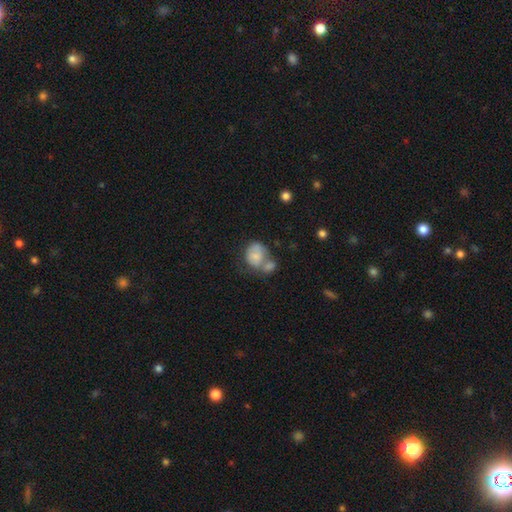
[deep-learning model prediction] smooth 71%, featured or disk 22%, star or artifact 8%. Down the decision tree: how rounded — round (51%); merging — merger (55%).